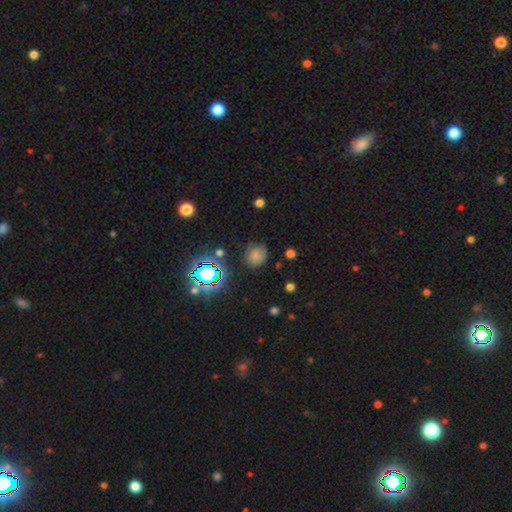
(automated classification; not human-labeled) smooth_or_featured: smooth (p=0.70) [alt: star or artifact p=0.21]
how_rounded: round (p=0.82) [alt: in between p=0.17]
merging: none (p=0.74) [alt: minor disturbance p=0.18]